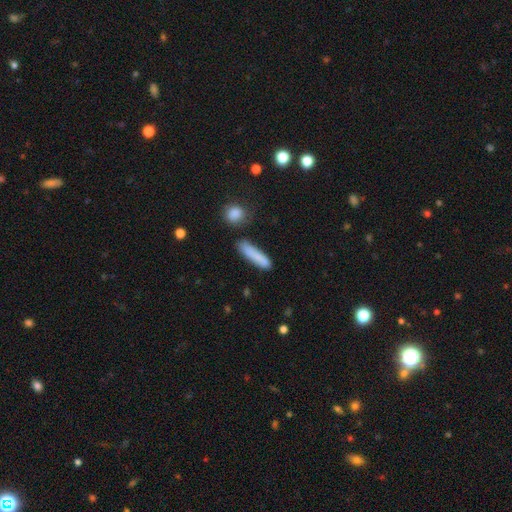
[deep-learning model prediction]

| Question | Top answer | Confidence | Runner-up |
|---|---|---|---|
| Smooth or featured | smooth | 82% | featured or disk (11%) |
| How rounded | cigar-shaped | 83% | in between (15%) |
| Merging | none | 74% | minor disturbance (16%) |